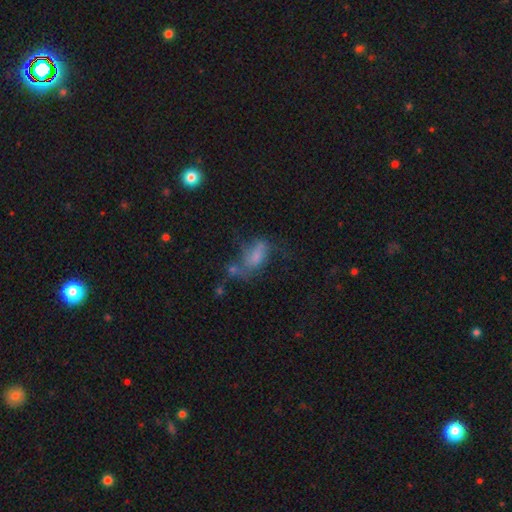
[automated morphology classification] This appears to be a smooth galaxy with no disk features (57%) that is in between round and cigar-shaped (87%). Merging: major disturbance (33%).